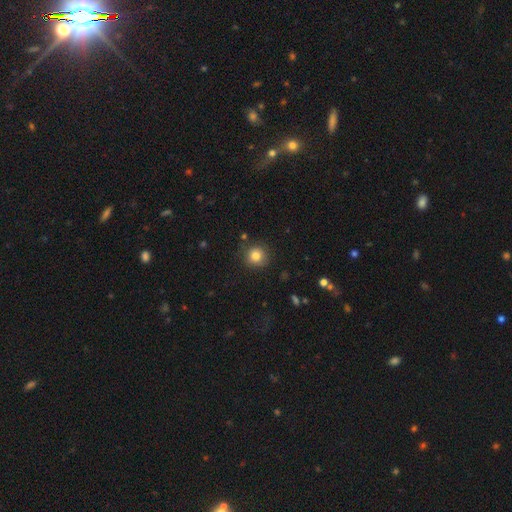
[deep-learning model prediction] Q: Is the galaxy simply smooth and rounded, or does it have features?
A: smooth — 82%.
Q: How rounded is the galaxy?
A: round — 91%.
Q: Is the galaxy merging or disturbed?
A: none — 84%.